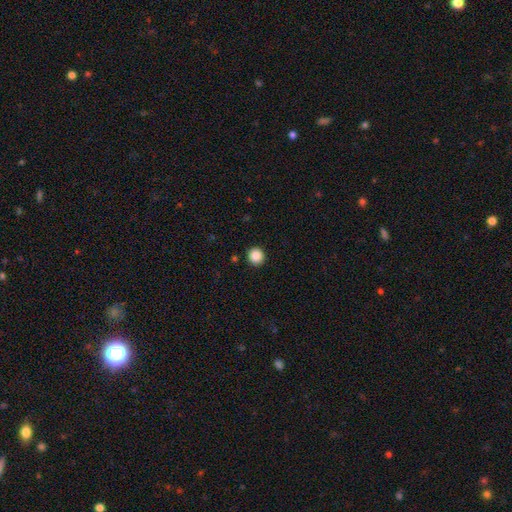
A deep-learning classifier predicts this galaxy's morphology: Smooth or featured: smooth — 88% (star or artifact — 9%)
How rounded: round — 91% (in between — 8%)
Merging: none — 92% (minor disturbance — 5%)